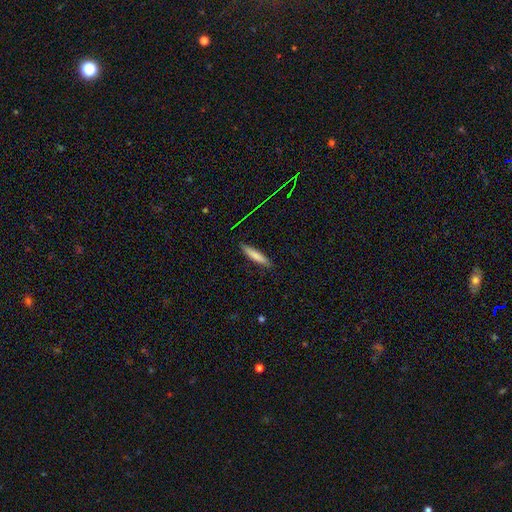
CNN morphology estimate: This is likely a smooth galaxy (78%). How rounded: clearly cigar-shaped (88%). Merging: clearly none (87%).